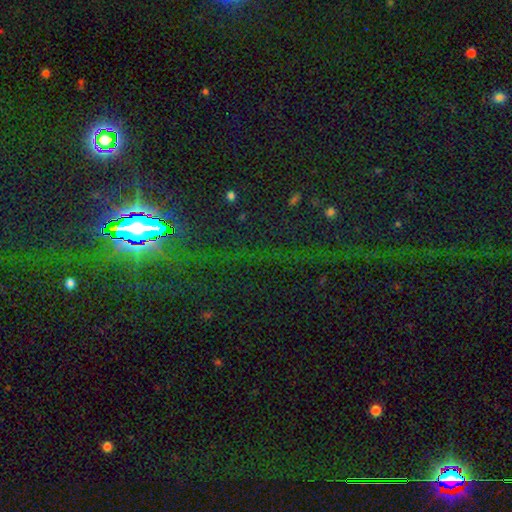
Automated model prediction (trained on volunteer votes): star or artifact 81%, smooth 10%, featured or disk 9%.